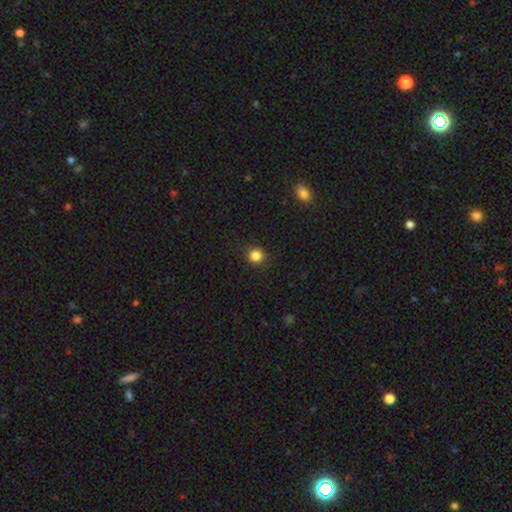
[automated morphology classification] smooth_or_featured: smooth (p=0.84) [alt: star or artifact p=0.12]
how_rounded: round (p=0.91) [alt: in between p=0.08]
merging: none (p=0.91) [alt: minor disturbance p=0.06]